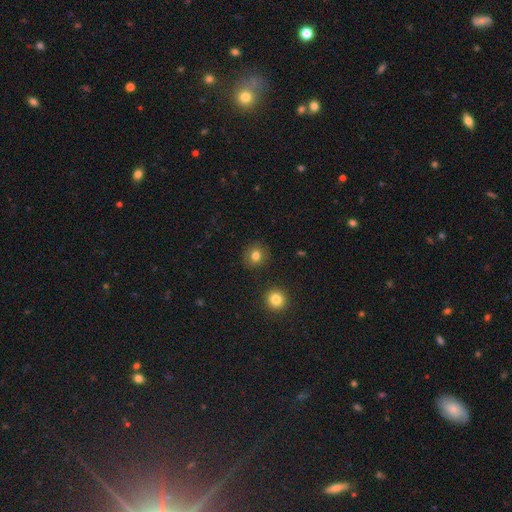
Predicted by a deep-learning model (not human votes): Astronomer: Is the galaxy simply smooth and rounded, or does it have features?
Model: smooth — 79%.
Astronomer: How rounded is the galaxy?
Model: round — 88%.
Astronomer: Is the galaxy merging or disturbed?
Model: none — 88%.